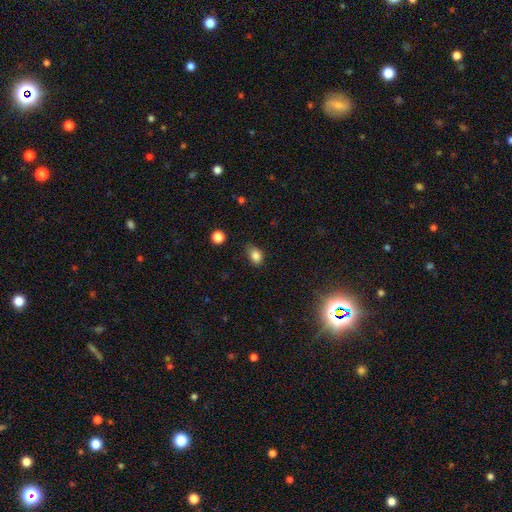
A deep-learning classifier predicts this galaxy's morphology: smooth_or_featured: smooth (p=0.84) [alt: star or artifact p=0.11]
how_rounded: in between (p=0.73) [alt: round p=0.26]
merging: none (p=0.69) [alt: minor disturbance p=0.25]